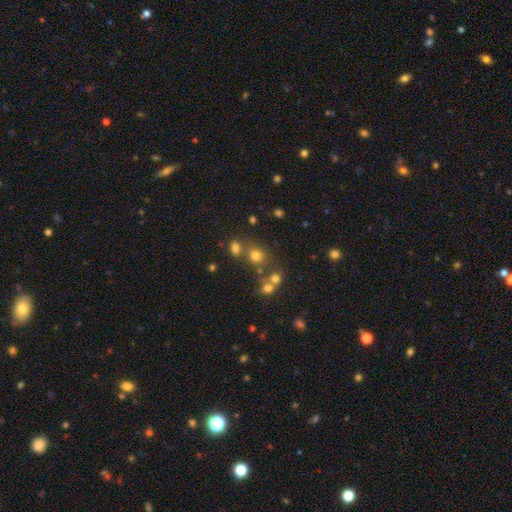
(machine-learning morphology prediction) The model was most divided on "merging": none: 60%, merger: 24%, minor disturbance: 11%, major disturbance: 5%. More confident: how rounded — round (76%); smooth or featured — smooth (68%).